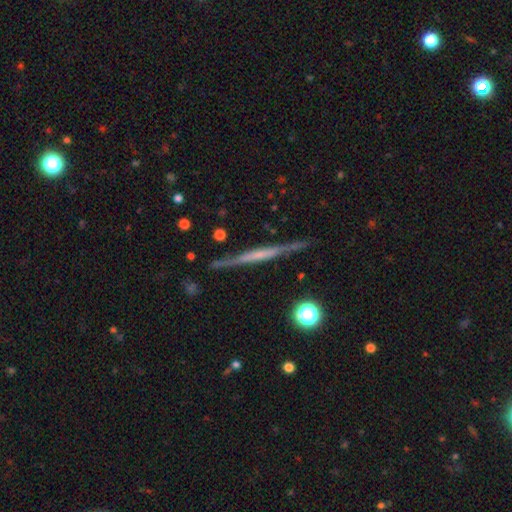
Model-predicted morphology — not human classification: The model was most divided on "edge-on bulge": none: 59%, boxy: 23%, rounded: 19%. More confident: edge-on disk — yes (96%); merging — none (84%); smooth or featured — featured or disk (69%).